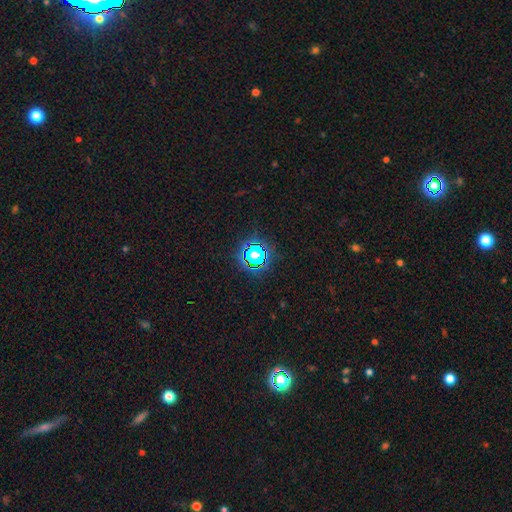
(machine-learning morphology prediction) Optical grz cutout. It shows a star or artifact, not a galaxy (60%).